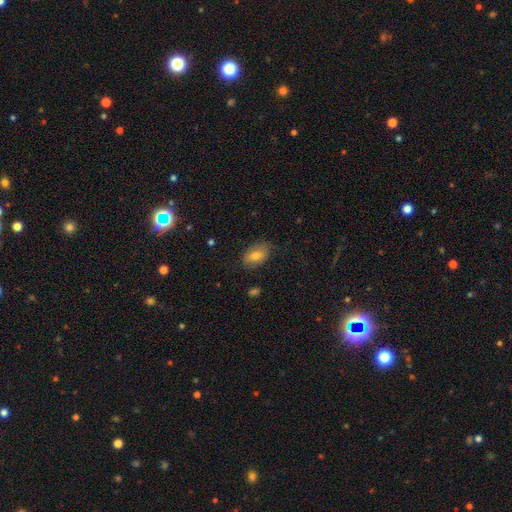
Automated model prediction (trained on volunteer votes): smooth_or_featured: smooth (p=0.72) [alt: featured or disk p=0.18]
how_rounded: in between (p=0.88) [alt: round p=0.10]
merging: none (p=0.77) [alt: minor disturbance p=0.18]